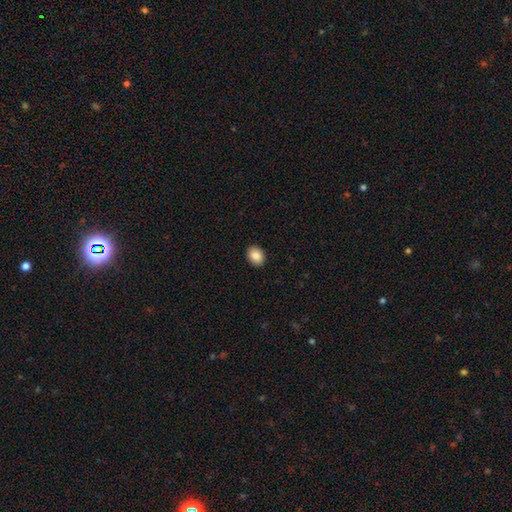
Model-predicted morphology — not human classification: This appears to be a smooth galaxy with no disk features (86%) that is in between round and cigar-shaped (62%). Merging: none (92%).